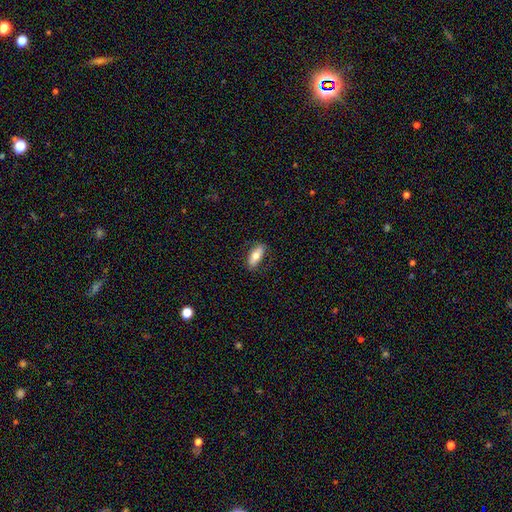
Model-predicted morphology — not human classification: smooth_or_featured: smooth (p=0.69) [alt: featured or disk p=0.25]
how_rounded: in between (p=0.78) [alt: cigar-shaped p=0.19]
merging: none (p=0.81) [alt: minor disturbance p=0.14]